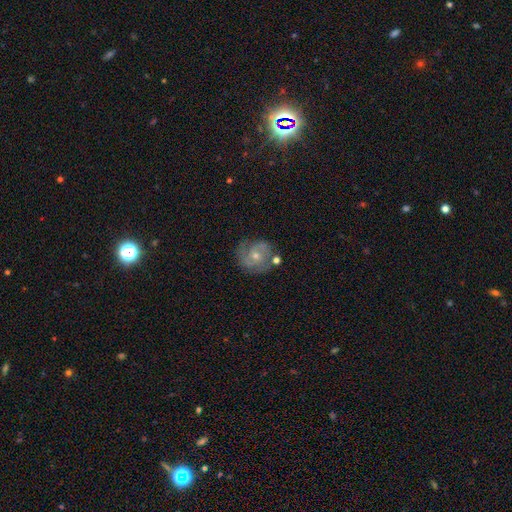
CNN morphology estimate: Smooth or featured? Predicted: featured or disk (p=0.73). Edge-on disk? Predicted: no (p=0.98). Bar? Predicted: no (p=0.73). Spiral arms? Predicted: yes (p=0.90). Spiral winding? Predicted: tight (p=0.55). Spiral arm count? Predicted: 2 (p=0.40). Bulge size? Predicted: small (p=0.49). Merging? Predicted: none (p=0.72).